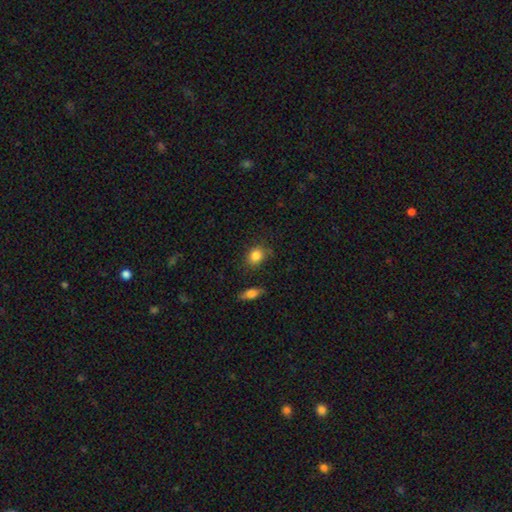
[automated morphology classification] This appears to be a smooth galaxy with no disk features (85%) that is round (50%). Merging: none (75%).